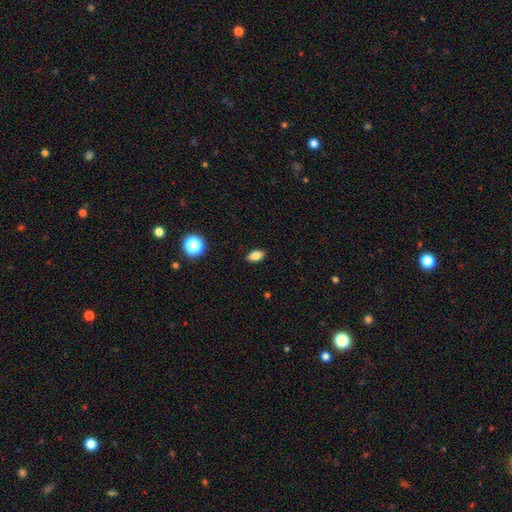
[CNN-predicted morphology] smooth 81%, star or artifact 10%, featured or disk 9%. Down the decision tree: how rounded — in between (87%); merging — none (89%).